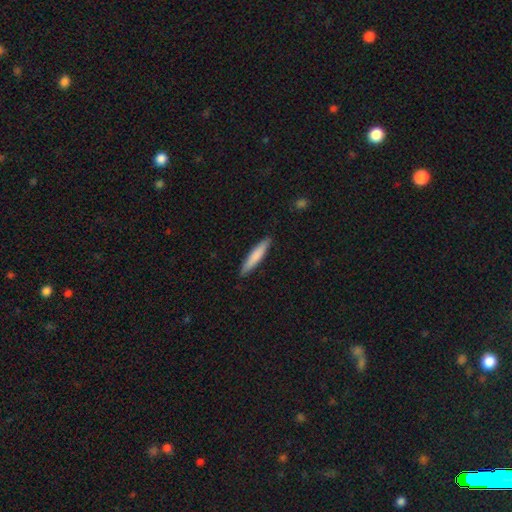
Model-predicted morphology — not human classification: Smooth or featured?
  - smooth: 78% *
  - featured or disk: 17%
  - star or artifact: 5%
How rounded?
  - cigar-shaped: 90% *
  - in between: 9%
  - round: 1%
Merging?
  - none: 88% *
  - minor disturbance: 9%
  - major disturbance: 1%
  - merger: 1%